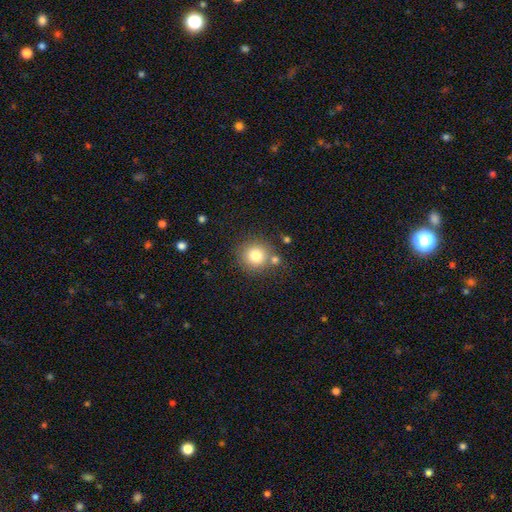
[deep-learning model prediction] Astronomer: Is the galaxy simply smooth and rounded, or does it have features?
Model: smooth — 80%.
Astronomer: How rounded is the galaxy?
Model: round — 91%.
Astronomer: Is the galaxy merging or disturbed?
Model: none — 75%.